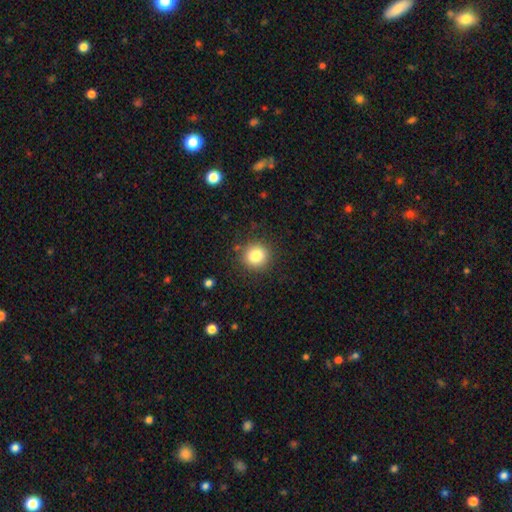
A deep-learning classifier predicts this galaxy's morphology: This appears to be a smooth galaxy with no disk features (82%) that is round (91%). Merging: none (88%).